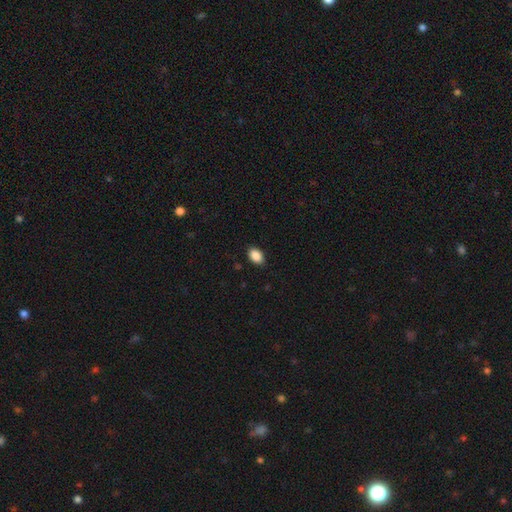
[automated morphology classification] Q: Smooth or featured?
A: smooth (89%); runner-up: star or artifact (8%)
Q: How rounded?
A: in between (87%); runner-up: round (11%)
Q: Merging?
A: none (87%); runner-up: minor disturbance (10%)